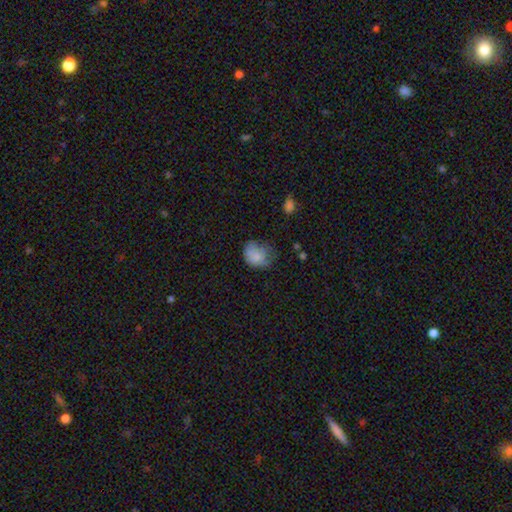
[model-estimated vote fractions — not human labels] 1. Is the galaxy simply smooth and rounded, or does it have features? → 77% smooth, 13% featured or disk, 10% star or artifact.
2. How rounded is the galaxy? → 58% round, 41% in between, 1% cigar-shaped.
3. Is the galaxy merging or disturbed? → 45% none, 35% minor disturbance, 18% major disturbance, 2% merger.